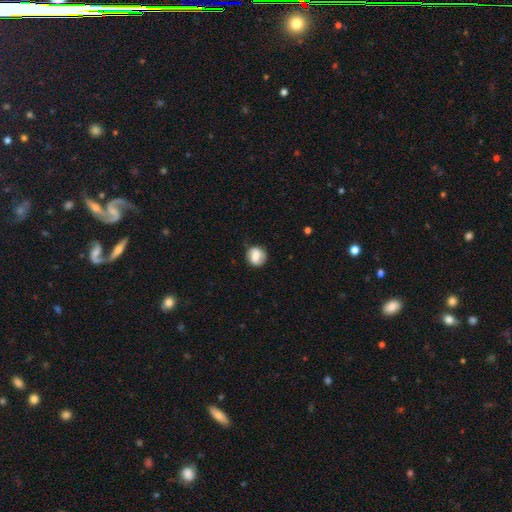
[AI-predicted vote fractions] smooth-or-featured: smooth: 60% | featured or disk: 32% | star or artifact: 8%
  how-rounded: round: 76% | in between: 22% | cigar-shaped: 1%
  merging: none: 71% | minor disturbance: 20% | major disturbance: 6% | merger: 2%